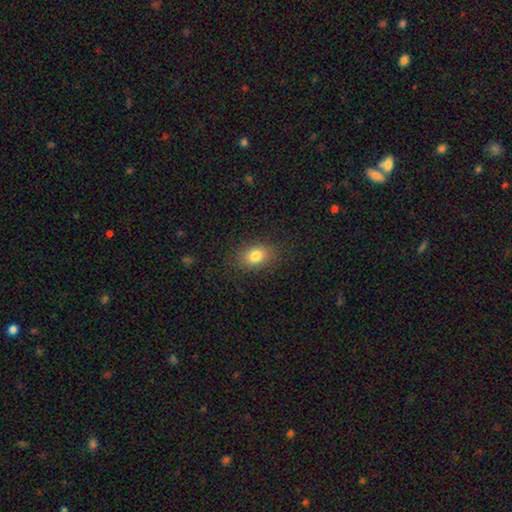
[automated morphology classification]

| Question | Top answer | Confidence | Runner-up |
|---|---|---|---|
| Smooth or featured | smooth | 81% | star or artifact (10%) |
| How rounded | in between | 76% | round (23%) |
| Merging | none | 85% | minor disturbance (10%) |